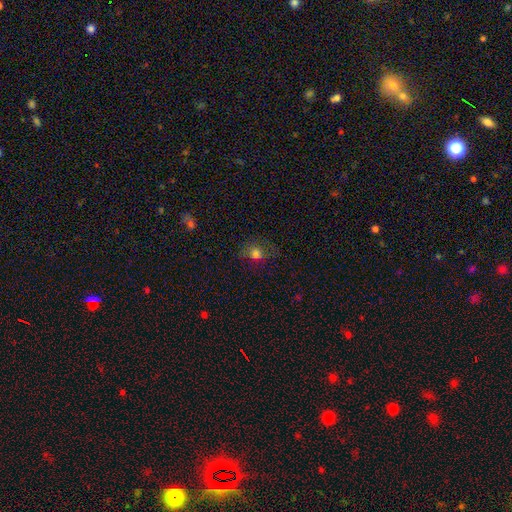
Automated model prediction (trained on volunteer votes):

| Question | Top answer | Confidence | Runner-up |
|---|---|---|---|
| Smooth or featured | smooth | 68% | star or artifact (21%) |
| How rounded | round | 72% | in between (27%) |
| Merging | none | 72% | minor disturbance (17%) |